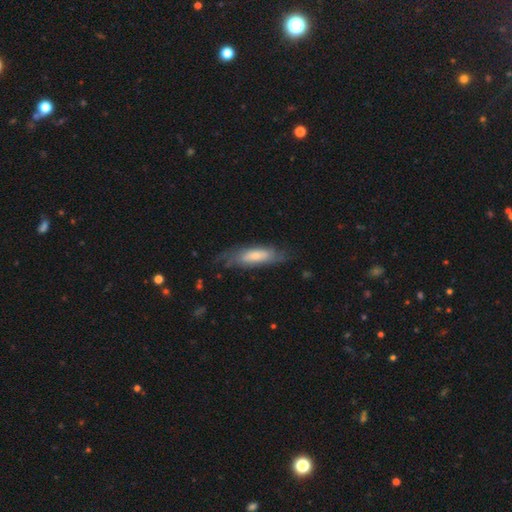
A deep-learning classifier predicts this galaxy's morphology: smooth 50%, featured or disk 44%, star or artifact 6%. Down the decision tree: how rounded — cigar-shaped (50%); merging — none (62%).